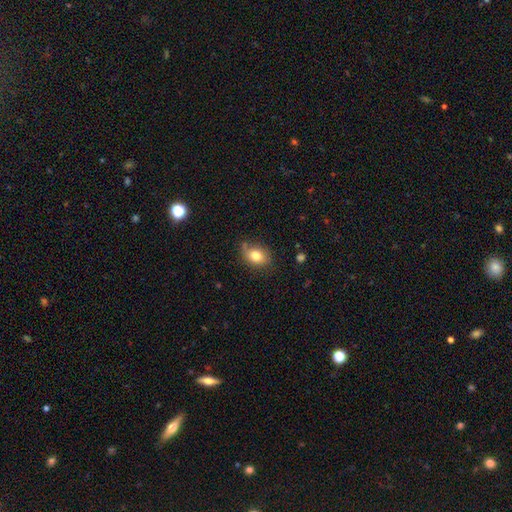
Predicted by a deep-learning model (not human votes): smooth-or-featured: smooth: 78% | featured or disk: 12% | star or artifact: 9%
  how-rounded: in between: 67% | round: 32% | cigar-shaped: 1%
  merging: none: 70% | minor disturbance: 22% | major disturbance: 5% | merger: 4%